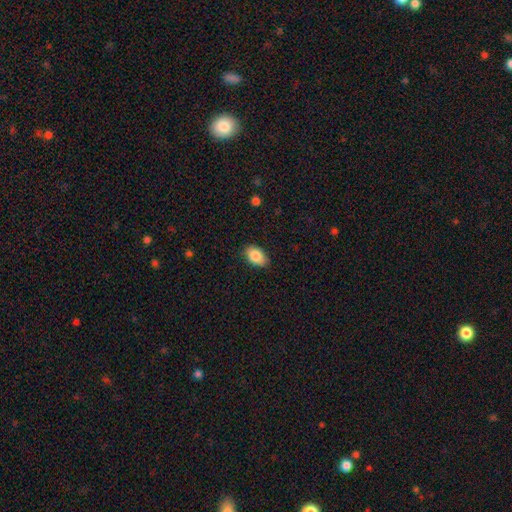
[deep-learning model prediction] This appears to be a smooth galaxy with no disk features (86%) that is in between round and cigar-shaped (90%). Merging: none (85%).